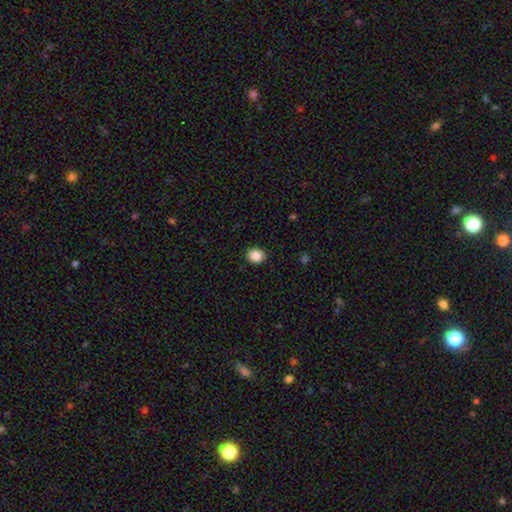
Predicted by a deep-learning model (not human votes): A smooth galaxy with no disk features (88%) that is round (64%). Merging: none (90%).